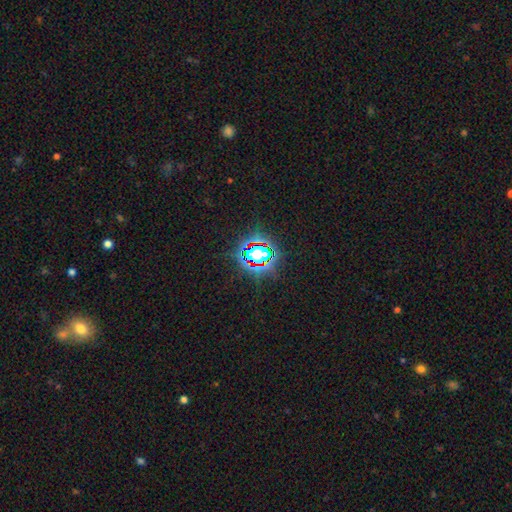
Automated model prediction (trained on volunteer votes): This appears to be a star or artifact, not a galaxy (72%).